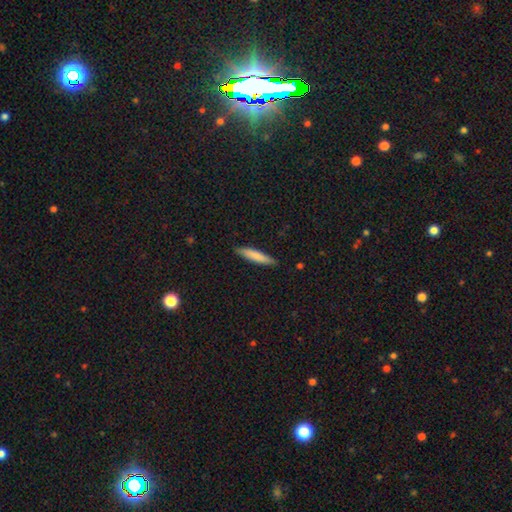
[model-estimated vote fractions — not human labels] Morphology: type=smooth (80%); roundness=cigar-shaped (87%); merging=none (88%).